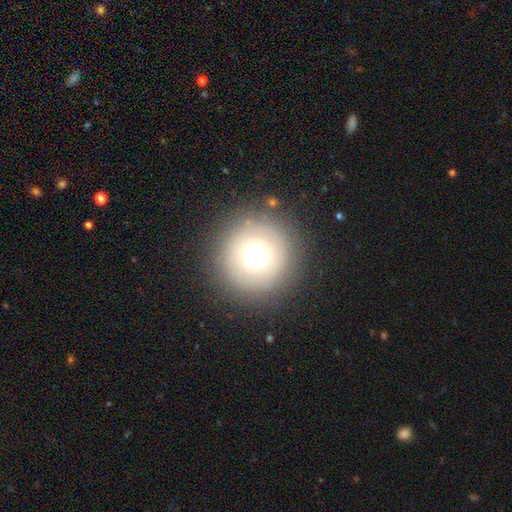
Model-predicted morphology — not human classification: Overall: smooth (63%). How rounded: round (95%). Merging: none (86%).